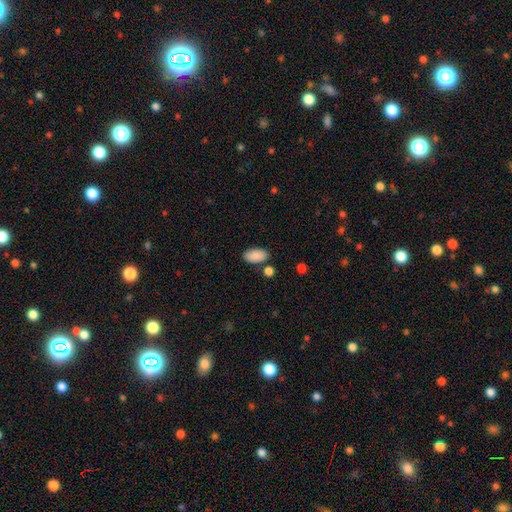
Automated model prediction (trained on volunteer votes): Overall: smooth (89%). How rounded: in between (95%). Merging: none (79%).